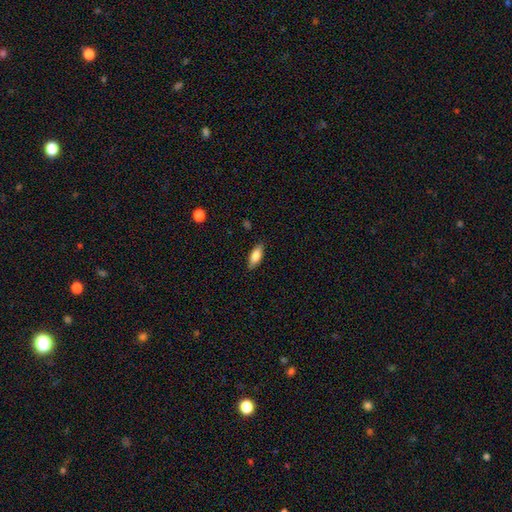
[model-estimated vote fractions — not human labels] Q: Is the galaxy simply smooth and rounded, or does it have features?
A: smooth — 80%.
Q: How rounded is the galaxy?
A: in between — 76%.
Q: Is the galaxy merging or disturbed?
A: none — 86%.